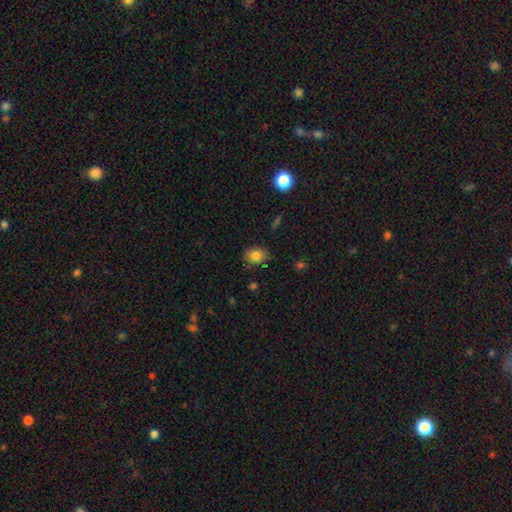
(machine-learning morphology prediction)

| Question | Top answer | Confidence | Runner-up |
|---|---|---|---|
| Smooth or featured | smooth | 82% | star or artifact (10%) |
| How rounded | in between | 58% | round (41%) |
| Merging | none | 83% | minor disturbance (13%) |